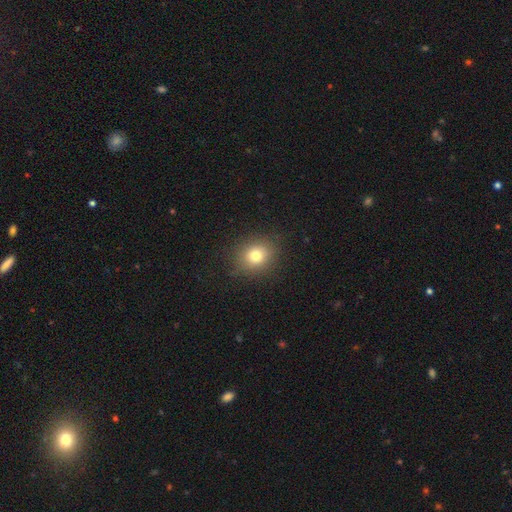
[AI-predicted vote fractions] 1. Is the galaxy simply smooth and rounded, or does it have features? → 77% smooth, 14% star or artifact, 9% featured or disk.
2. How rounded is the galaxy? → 71% round, 28% in between, 1% cigar-shaped.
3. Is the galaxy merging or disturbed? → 87% none, 9% minor disturbance, 3% major disturbance, 1% merger.